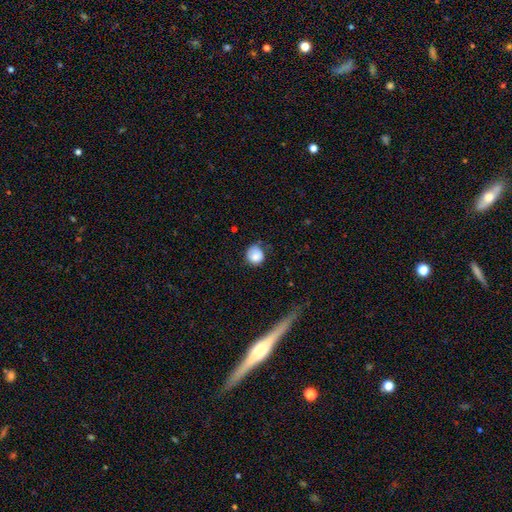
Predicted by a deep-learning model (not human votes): Smooth or featured: smooth — 84% (star or artifact — 8%)
How rounded: round — 84% (in between — 15%)
Merging: none — 59% (minor disturbance — 29%)